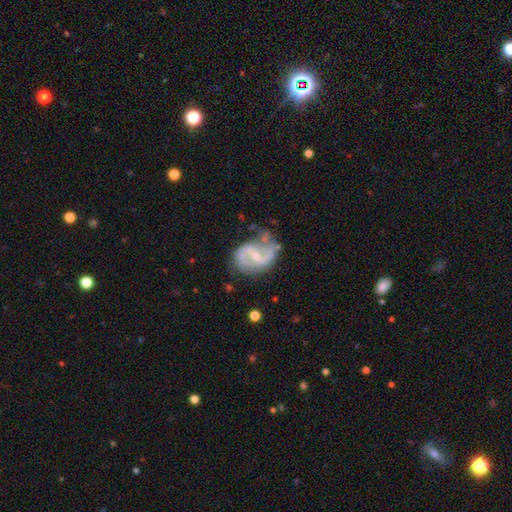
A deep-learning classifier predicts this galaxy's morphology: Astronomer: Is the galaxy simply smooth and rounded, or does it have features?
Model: featured or disk — 86%.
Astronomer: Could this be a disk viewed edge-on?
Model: no — 98%.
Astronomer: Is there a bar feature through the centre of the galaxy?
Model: weak — 48% (runner-up: no, 28%).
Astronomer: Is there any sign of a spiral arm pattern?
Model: yes — 94%.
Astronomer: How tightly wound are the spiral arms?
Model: medium — 46% (runner-up: loose, 39%).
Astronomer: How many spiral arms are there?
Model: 2 — 86%.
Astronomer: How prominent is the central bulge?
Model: small — 65%.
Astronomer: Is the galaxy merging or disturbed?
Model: none — 53%.